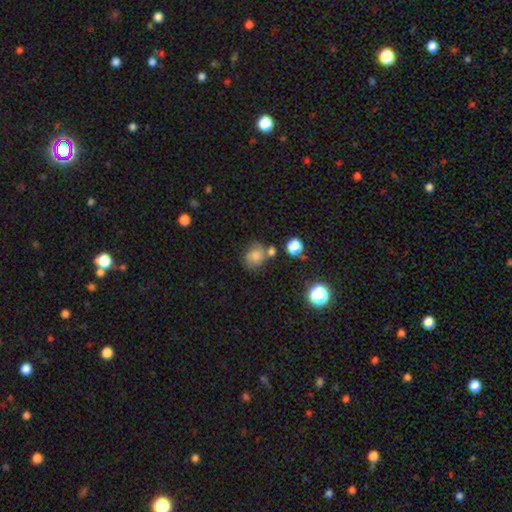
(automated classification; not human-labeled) Smooth or featured?
  - smooth: 66% *
  - featured or disk: 20%
  - star or artifact: 13%
How rounded?
  - round: 64% *
  - in between: 35%
  - cigar-shaped: 1%
Merging?
  - none: 54% *
  - minor disturbance: 22%
  - merger: 15%
  - major disturbance: 9%